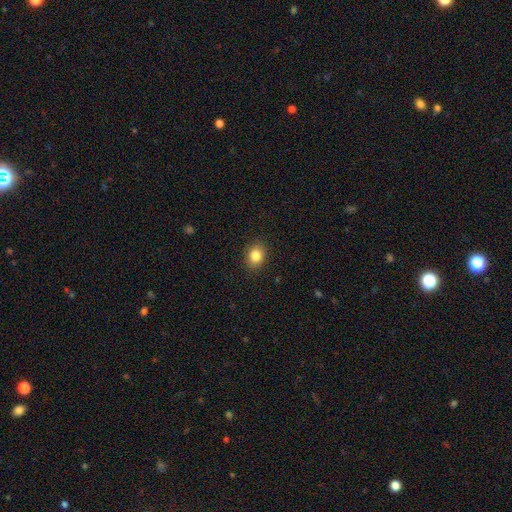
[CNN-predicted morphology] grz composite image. It shows a smooth galaxy with no disk features (84%) that is round (51%). Merging: none (90%).